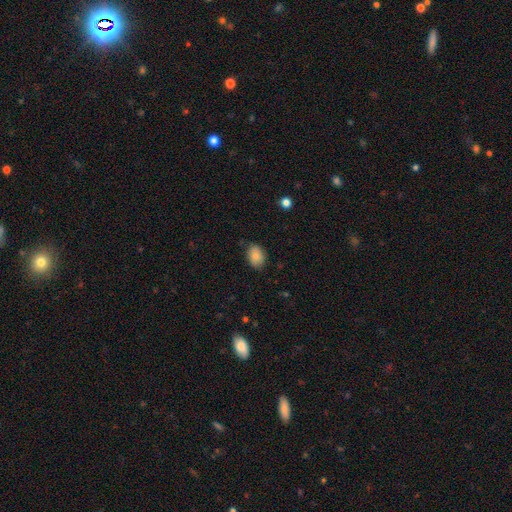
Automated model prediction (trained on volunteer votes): The model was most divided on "how rounded": in between: 76%, round: 23%, cigar-shaped: 1%. More confident: smooth or featured — smooth (84%); merging — none (81%).